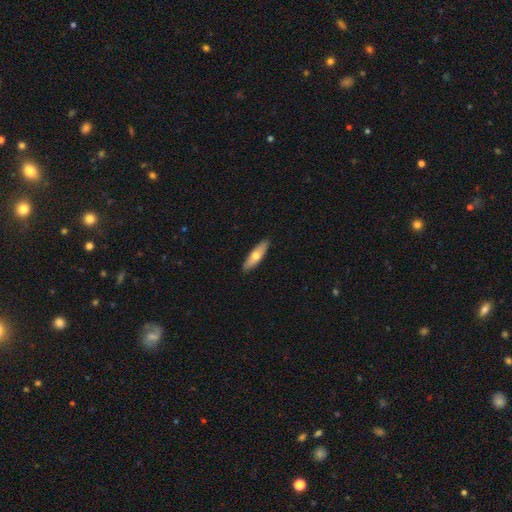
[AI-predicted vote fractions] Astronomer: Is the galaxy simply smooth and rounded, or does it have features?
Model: smooth — 62%.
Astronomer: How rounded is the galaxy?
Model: cigar-shaped — 60% (runner-up: in between, 38%).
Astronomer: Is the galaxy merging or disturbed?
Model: none — 90%.